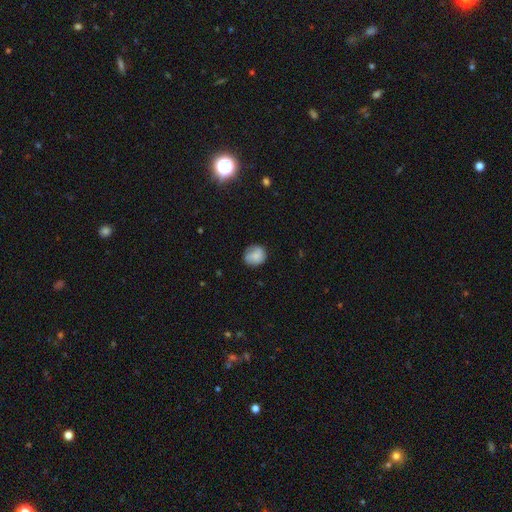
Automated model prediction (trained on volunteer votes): smooth_or_featured: smooth (p=0.74) [alt: featured or disk p=0.17]
how_rounded: round (p=0.76) [alt: in between p=0.23]
merging: none (p=0.71) [alt: minor disturbance p=0.22]